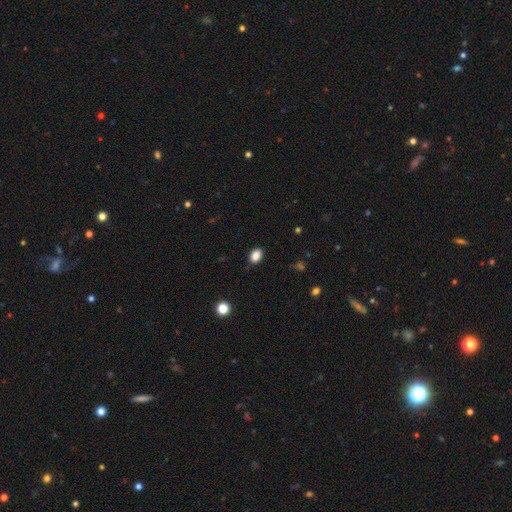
smooth_or_featured: smooth (p=0.95) [alt: featured or disk p=0.03]
how_rounded: in between (p=0.95) [alt: round p=0.05]
merging: none (p=0.92) [alt: minor disturbance p=0.05]